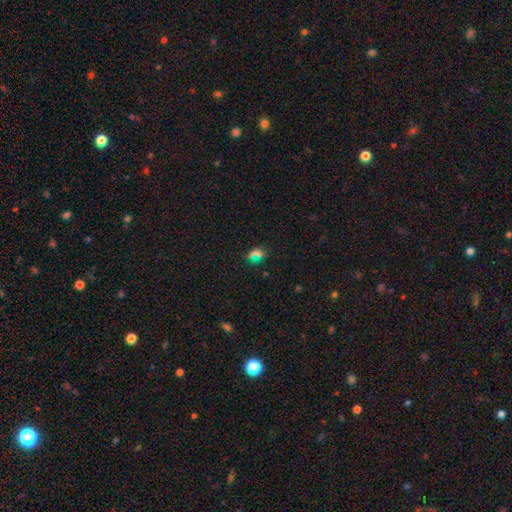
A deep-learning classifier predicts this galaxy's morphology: Smooth or featured?
  - smooth: 54% *
  - star or artifact: 38%
  - featured or disk: 8%
How rounded?
  - round: 62% *
  - in between: 34%
  - cigar-shaped: 5%
Merging?
  - none: 80% *
  - minor disturbance: 10%
  - major disturbance: 5%
  - merger: 4%